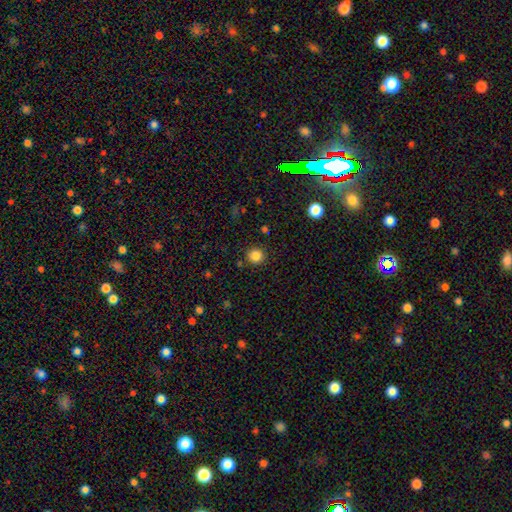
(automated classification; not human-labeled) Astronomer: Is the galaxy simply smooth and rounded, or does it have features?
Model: smooth — 85%.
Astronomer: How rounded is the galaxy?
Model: round — 92%.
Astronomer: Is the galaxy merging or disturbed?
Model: none — 89%.